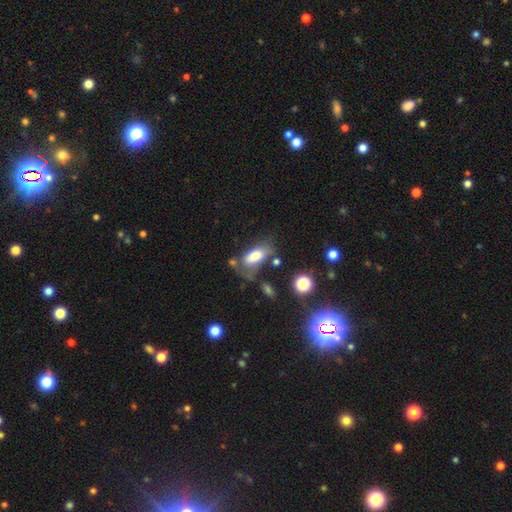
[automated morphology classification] A smooth galaxy with no disk features (68%) that is in between round and cigar-shaped (86%). Merging: none (39%).